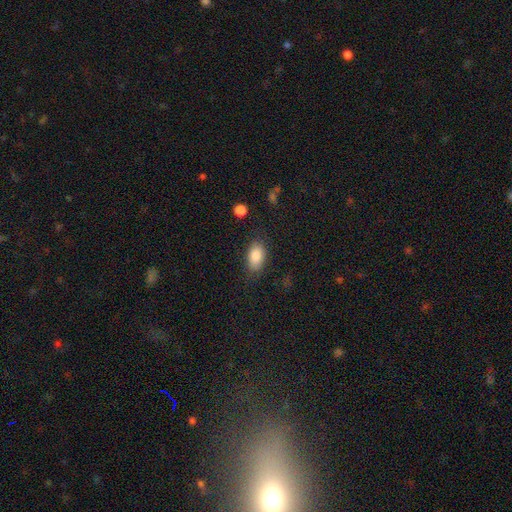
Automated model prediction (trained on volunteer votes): Morphology: type=smooth (85%); roundness=in between (91%); merging=none (79%).